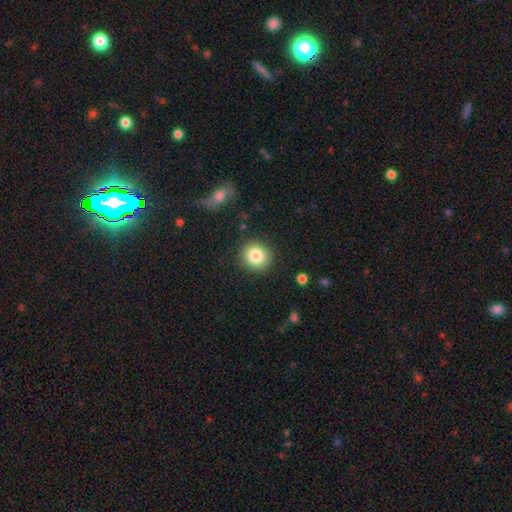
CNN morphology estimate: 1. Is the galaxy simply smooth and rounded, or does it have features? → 83% smooth, 10% star or artifact, 7% featured or disk.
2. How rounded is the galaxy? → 89% round, 10% in between, 1% cigar-shaped.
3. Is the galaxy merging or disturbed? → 89% none, 7% minor disturbance, 2% major disturbance, 1% merger.